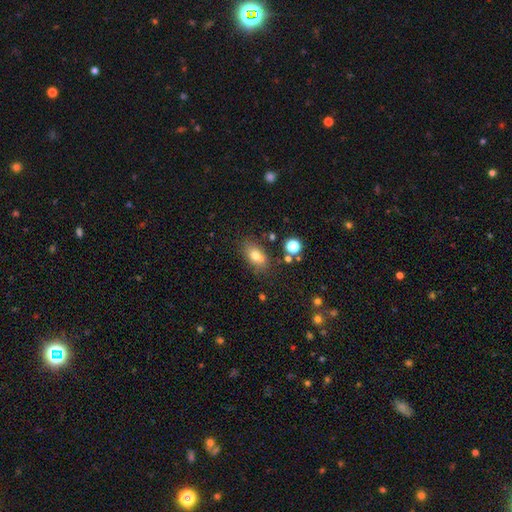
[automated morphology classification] This appears to be a smooth galaxy with no disk features (74%) that is in between round and cigar-shaped (79%). Merging: none (67%).